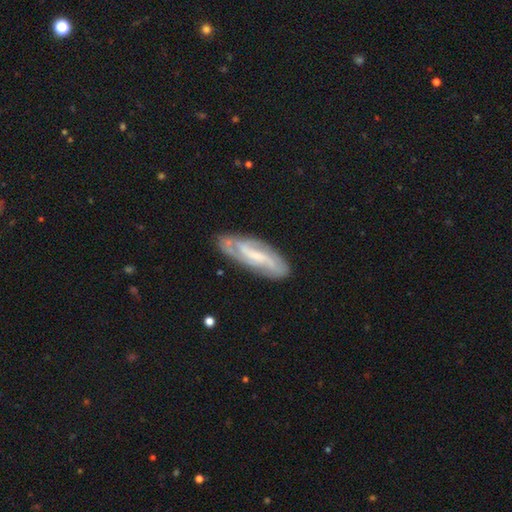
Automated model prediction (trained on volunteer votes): Smooth or featured: featured or disk — 78% (smooth — 16%)
Edge-on disk: no — 87% (yes — 13%)
Bar: weak — 45% (no — 29%)
Spiral arms: yes — 93% (no — 7%)
Spiral winding: medium — 43% (tight — 35%)
Spiral arm count: 2 — 53% (can't tell — 22%)
Bulge size: small — 55% (moderate — 25%)
Merging: none — 79% (minor disturbance — 15%)